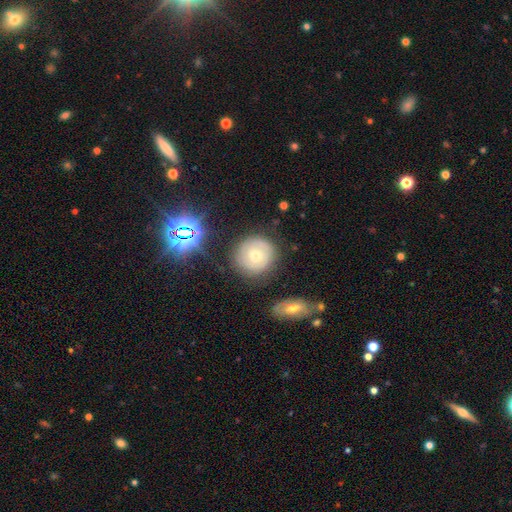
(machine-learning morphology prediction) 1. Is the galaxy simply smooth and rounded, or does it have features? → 45% smooth, 38% featured or disk, 17% star or artifact.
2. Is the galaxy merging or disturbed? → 82% none, 12% minor disturbance, 4% major disturbance, 3% merger.